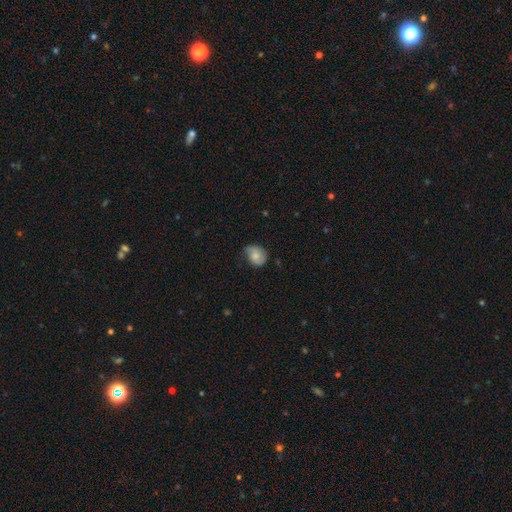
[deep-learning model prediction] Overall: smooth (58%; featured or disk 35%). How rounded: in between (53%; round 46%). Merging: none (60%; minor disturbance 31%).